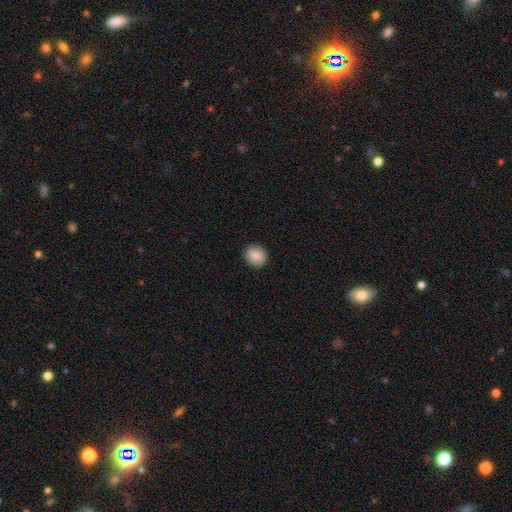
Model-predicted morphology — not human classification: Overall: smooth (86%). How rounded: round (68%; in between 30%). Merging: none (89%).